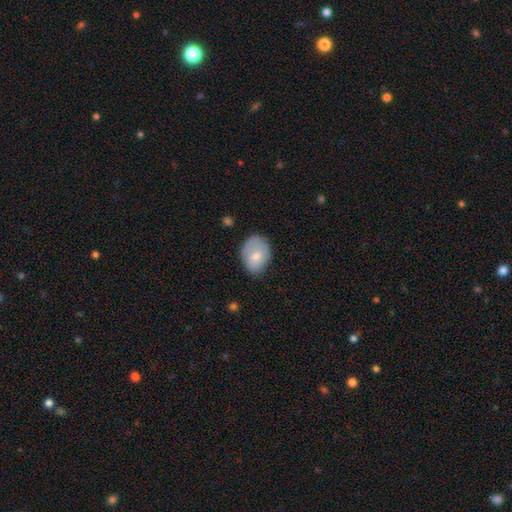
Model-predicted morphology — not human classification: A smooth galaxy with no disk features (73%) that is in between round and cigar-shaped (72%). Merging: none (64%).